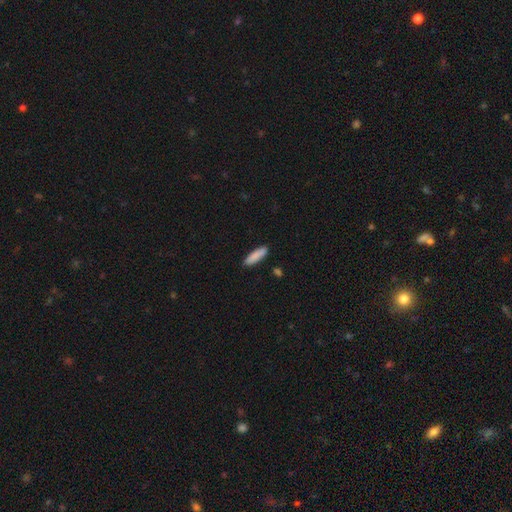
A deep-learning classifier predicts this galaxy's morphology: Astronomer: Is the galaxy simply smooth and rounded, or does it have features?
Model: smooth — 88%.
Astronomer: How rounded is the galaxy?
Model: cigar-shaped — 69%.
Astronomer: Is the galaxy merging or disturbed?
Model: none — 88%.